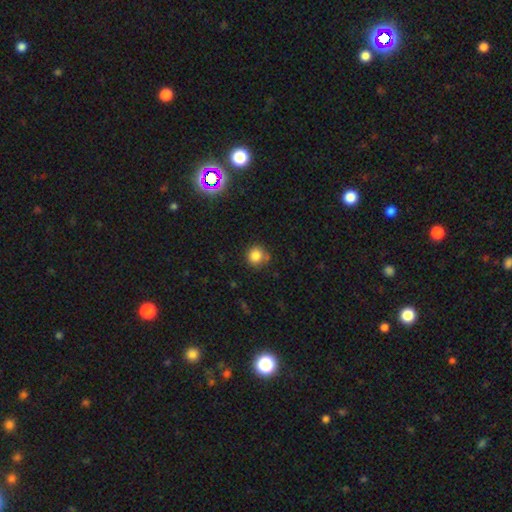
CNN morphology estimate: Smooth or featured?
  - smooth: 83% *
  - star or artifact: 12%
  - featured or disk: 5%
How rounded?
  - round: 89% *
  - in between: 10%
  - cigar-shaped: 1%
Merging?
  - none: 76% *
  - minor disturbance: 15%
  - merger: 5%
  - major disturbance: 4%